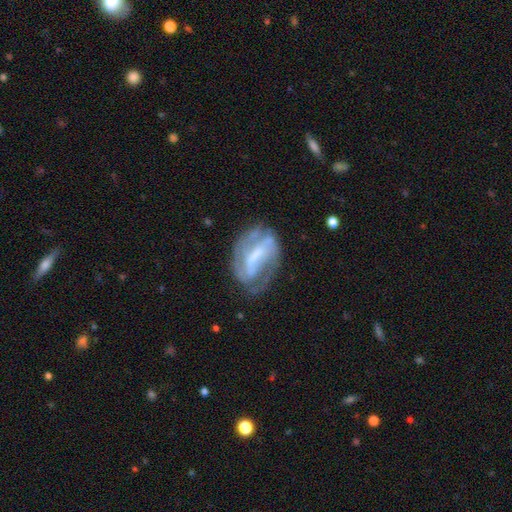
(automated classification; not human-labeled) Q: Smooth or featured?
A: featured or disk (74%); runner-up: smooth (18%)
Q: Edge-on disk?
A: no (95%); runner-up: yes (5%)
Q: Bar?
A: strong (52%); runner-up: weak (33%)
Q: Spiral arms?
A: yes (71%); runner-up: no (29%)
Q: Spiral winding?
A: tight (41%); runner-up: medium (38%)
Q: Spiral arm count?
A: 2 (46%); runner-up: can't tell (30%)
Q: Bulge size?
A: small (37%); runner-up: moderate (28%)
Q: Merging?
A: none (53%); runner-up: minor disturbance (24%)